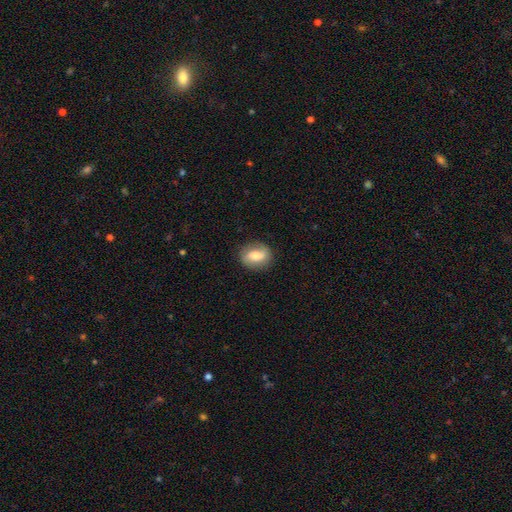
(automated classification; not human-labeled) This appears to be a smooth galaxy with no disk features (59%) that is in between round and cigar-shaped (63%). Merging: none (84%).